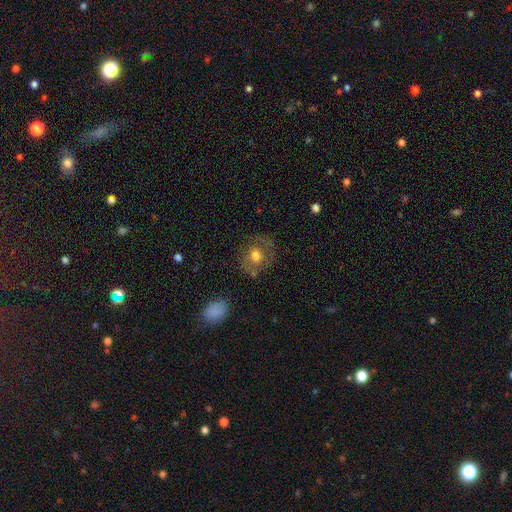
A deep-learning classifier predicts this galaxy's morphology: Q: Smooth or featured?
A: smooth (58%); runner-up: featured or disk (31%)
Q: How rounded?
A: round (75%); runner-up: in between (24%)
Q: Merging?
A: none (68%); runner-up: minor disturbance (18%)